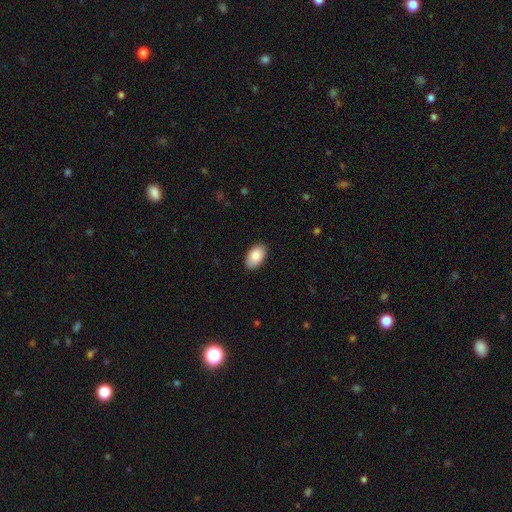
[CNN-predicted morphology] Q: Smooth or featured?
A: smooth (88%); runner-up: star or artifact (6%)
Q: How rounded?
A: in between (95%); runner-up: round (4%)
Q: Merging?
A: none (87%); runner-up: minor disturbance (10%)